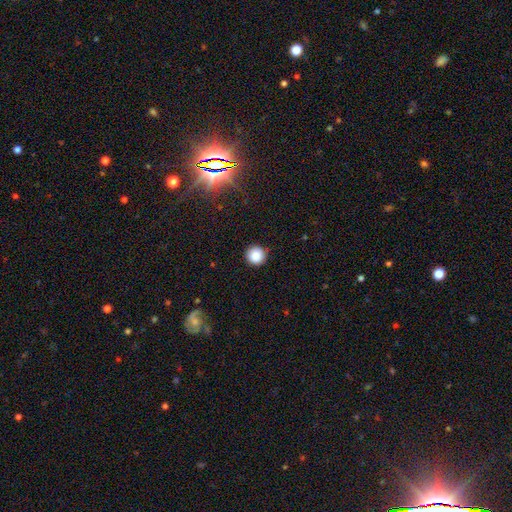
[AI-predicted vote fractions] smooth-or-featured: smooth: 86% | star or artifact: 10% | featured or disk: 3%
  how-rounded: round: 96% | in between: 3% | cigar-shaped: 1%
  merging: none: 90% | minor disturbance: 7% | major disturbance: 2% | merger: 1%